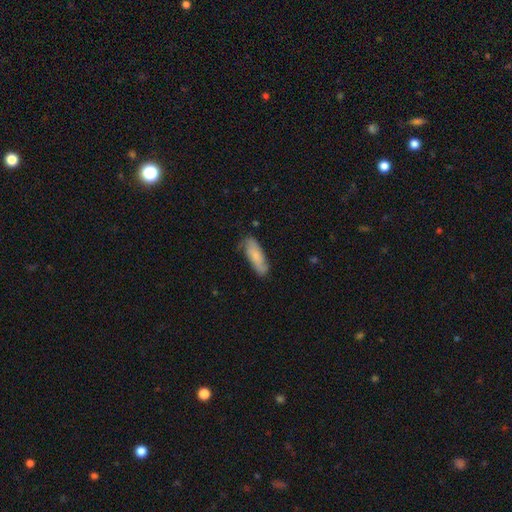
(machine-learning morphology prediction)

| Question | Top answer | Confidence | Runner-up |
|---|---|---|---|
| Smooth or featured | smooth | 70% | featured or disk (24%) |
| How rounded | in between | 51% | cigar-shaped (47%) |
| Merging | none | 69% | minor disturbance (24%) |